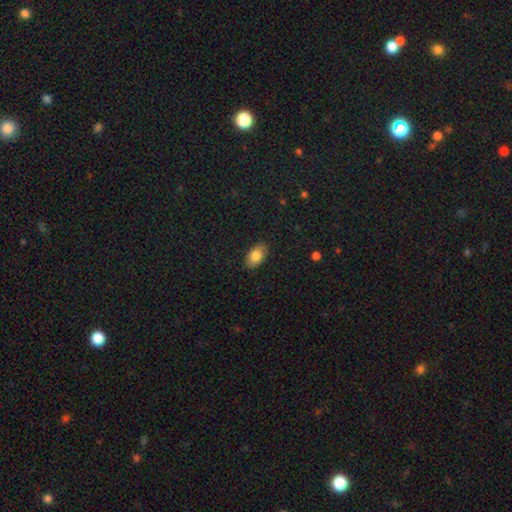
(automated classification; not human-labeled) Smooth or featured?
  - smooth: 83% *
  - featured or disk: 10%
  - star or artifact: 7%
How rounded?
  - in between: 92% *
  - round: 6%
  - cigar-shaped: 2%
Merging?
  - none: 87% *
  - minor disturbance: 10%
  - major disturbance: 2%
  - merger: 1%